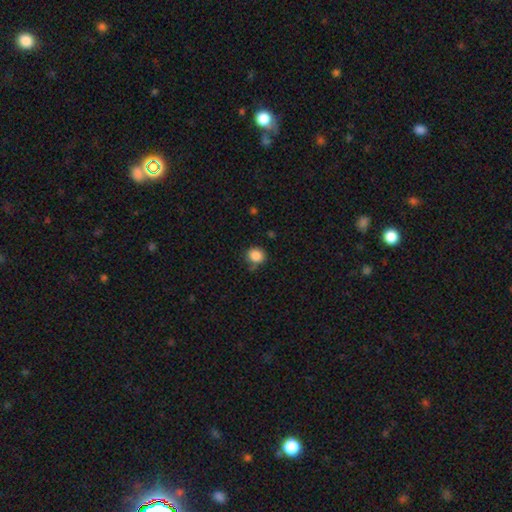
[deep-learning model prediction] This is clearly a smooth galaxy (86%). How rounded: clearly round (82%). Merging: likely none (73%).